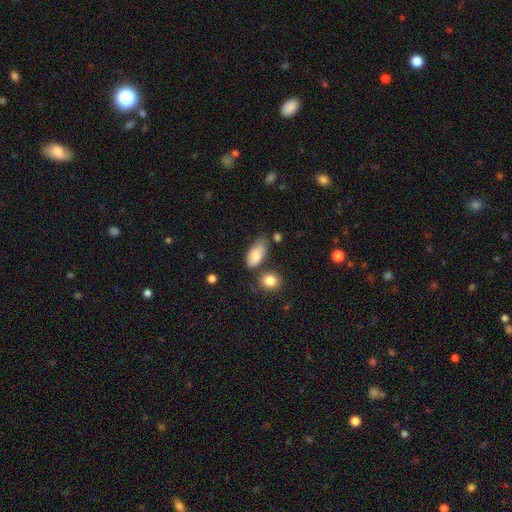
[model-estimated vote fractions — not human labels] Smooth or featured? Predicted: smooth (p=0.82). How rounded? Predicted: in between (p=0.91). Merging? Predicted: none (p=0.45).